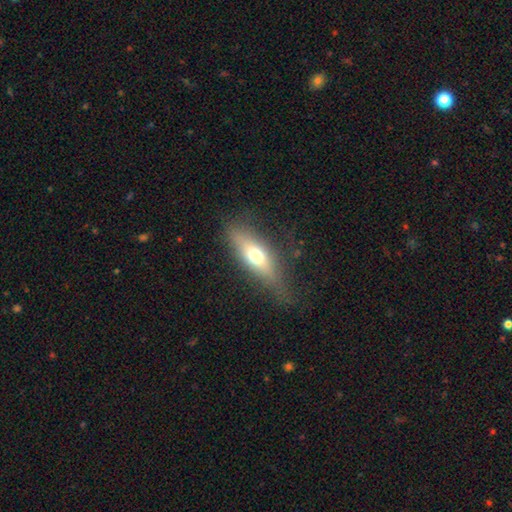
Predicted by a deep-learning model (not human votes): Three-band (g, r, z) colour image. It shows a smooth galaxy with no disk features (56%) that is in between round and cigar-shaped (55%). Merging: none (72%).